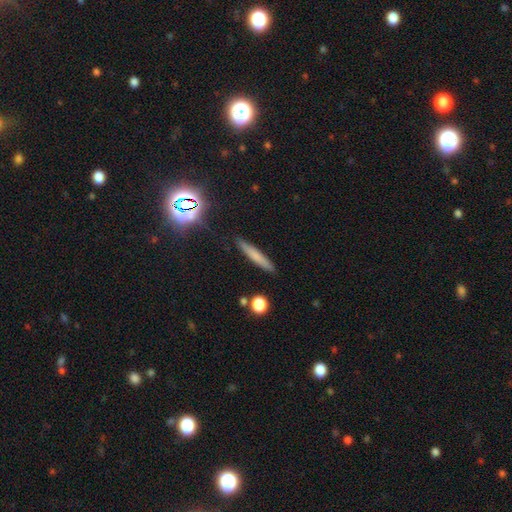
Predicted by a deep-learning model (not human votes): Smooth or featured? Predicted: smooth (p=0.66). How rounded? Predicted: cigar-shaped (p=0.92). Merging? Predicted: none (p=0.88).